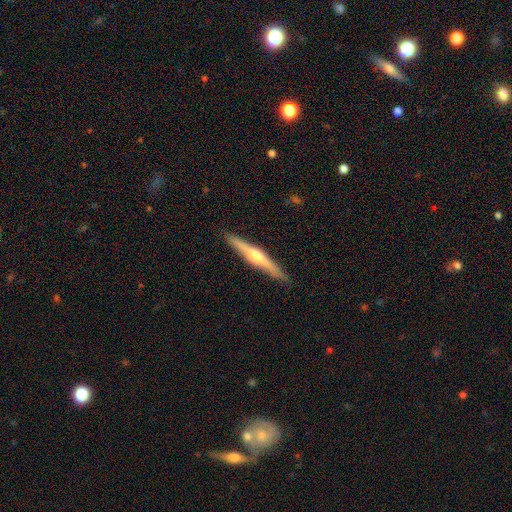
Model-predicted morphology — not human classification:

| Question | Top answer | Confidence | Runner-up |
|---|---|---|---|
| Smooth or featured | featured or disk | 69% | smooth (26%) |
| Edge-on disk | yes | 98% | no (2%) |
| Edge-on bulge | rounded | 87% | none (7%) |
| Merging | none | 90% | minor disturbance (7%) |